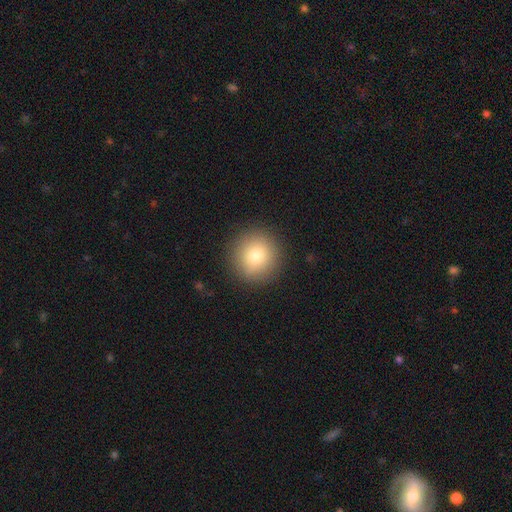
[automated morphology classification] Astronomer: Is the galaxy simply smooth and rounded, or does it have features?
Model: smooth — 78%.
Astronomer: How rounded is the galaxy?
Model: round — 94%.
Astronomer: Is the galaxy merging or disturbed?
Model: none — 90%.